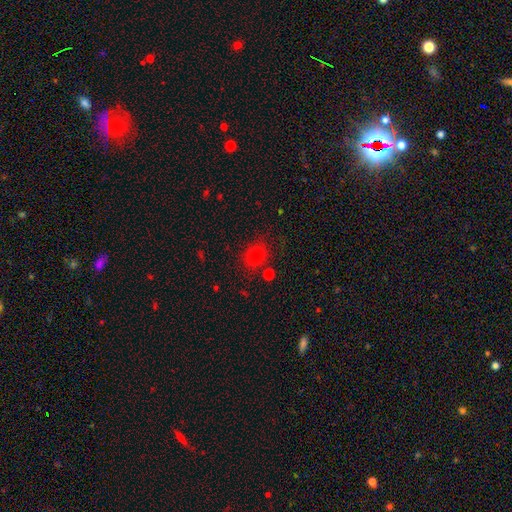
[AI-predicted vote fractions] This is likely a smooth galaxy (77%). How rounded: likely round (69%). Merging: likely none (78%).